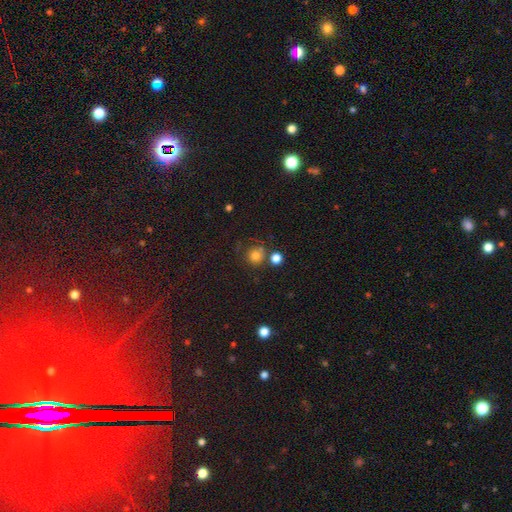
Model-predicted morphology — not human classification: This appears to be a smooth galaxy with no disk features (76%) that is round (91%). Merging: none (64%).